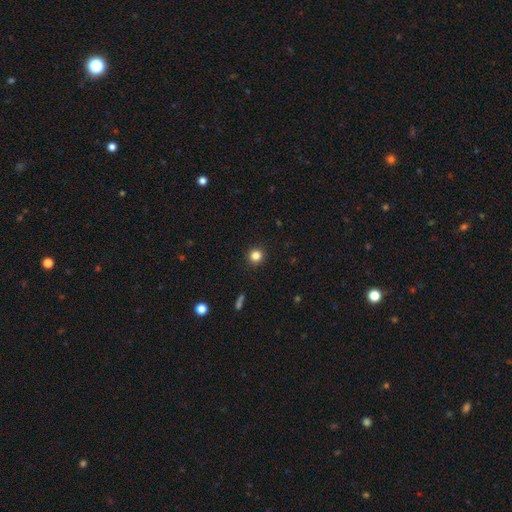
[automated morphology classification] Smooth or featured? Predicted: smooth (p=0.83). How rounded? Predicted: round (p=0.92). Merging? Predicted: none (p=0.91).